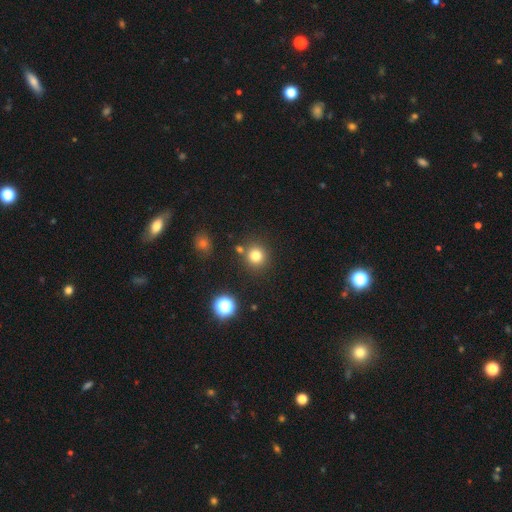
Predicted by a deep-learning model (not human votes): Smooth or featured? smooth (78%)
How rounded? round (91%)
Merging? none (81%)